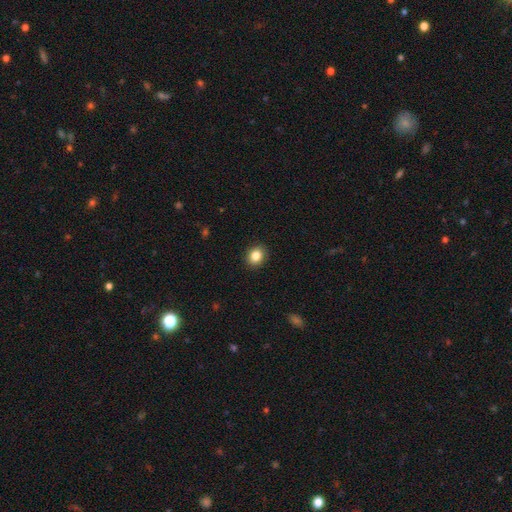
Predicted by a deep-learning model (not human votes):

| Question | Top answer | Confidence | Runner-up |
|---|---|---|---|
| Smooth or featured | smooth | 85% | star or artifact (10%) |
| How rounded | round | 62% | in between (37%) |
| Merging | none | 91% | minor disturbance (6%) |